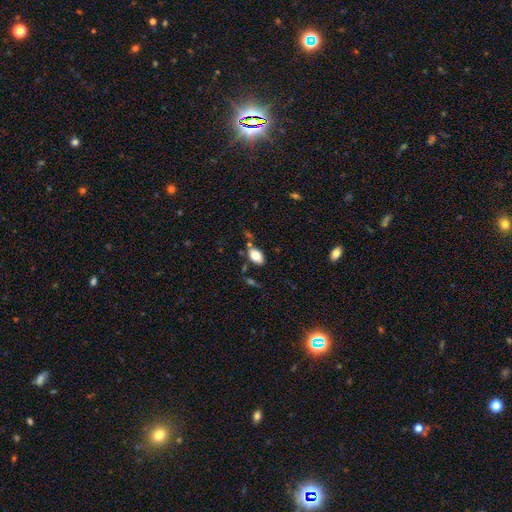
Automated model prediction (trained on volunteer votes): Smooth or featured? Predicted: smooth (p=0.78). How rounded? Predicted: in between (p=0.91). Merging? Predicted: none (p=0.73).